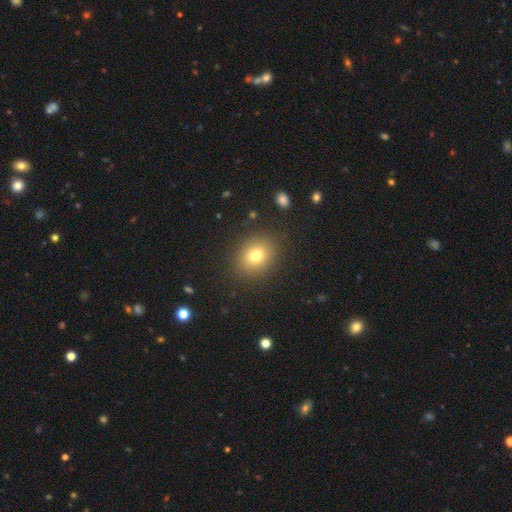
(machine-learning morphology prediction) smooth_or_featured: smooth (p=0.77) [alt: star or artifact p=0.13]
how_rounded: round (p=0.63) [alt: in between p=0.36]
merging: none (p=0.87) [alt: minor disturbance p=0.08]